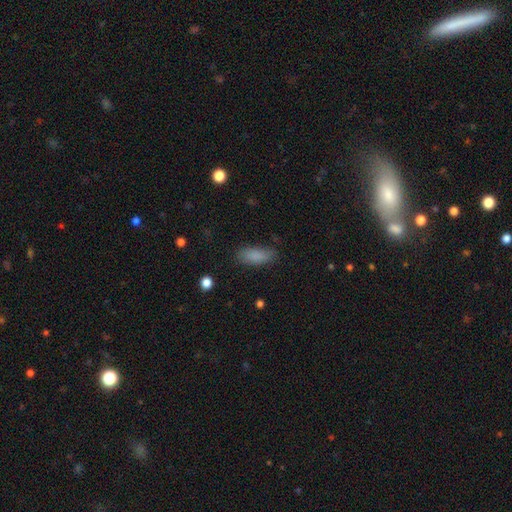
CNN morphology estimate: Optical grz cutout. It shows a smooth galaxy with no disk features (86%) that is in between round and cigar-shaped (76%). Merging: none (81%).